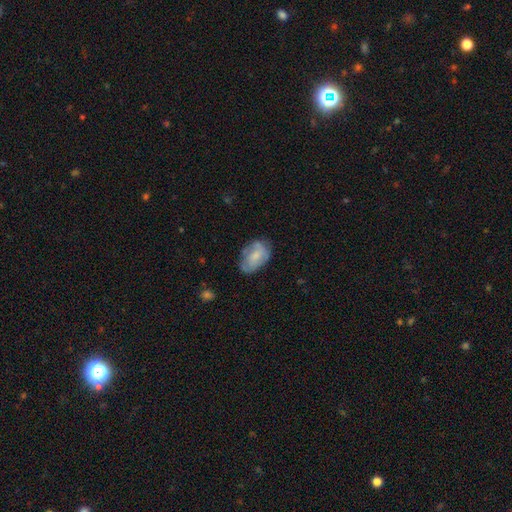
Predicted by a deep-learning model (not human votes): smooth 59%, featured or disk 34%, star or artifact 7%. Down the decision tree: how rounded — in between (89%); merging — none (60%).